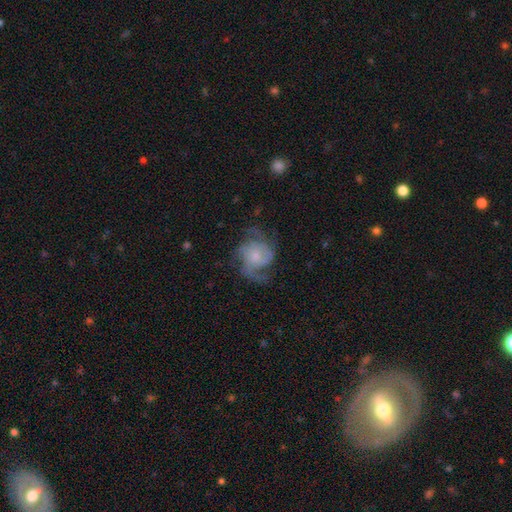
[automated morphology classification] This is likely a featured or disk galaxy (77%). It is clearly not viewed edge-on (98%). Bar: likely no (73%). Spiral arm pattern: clearly yes (92%). Spiral arm count: marginally 3 (31%, tied with 2). Spiral winding: possibly medium (47%). Central bulge: possibly small (48%). Merging: possibly none (56%).